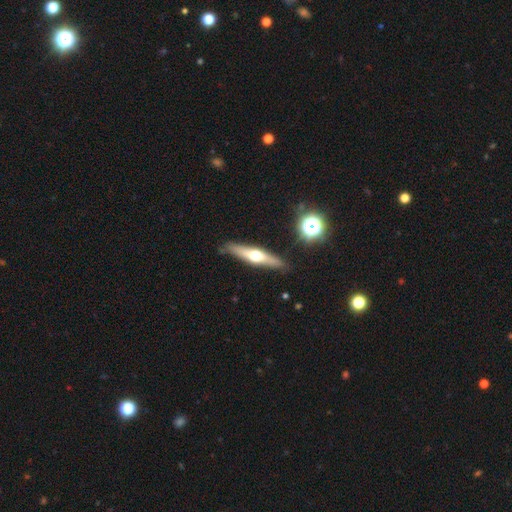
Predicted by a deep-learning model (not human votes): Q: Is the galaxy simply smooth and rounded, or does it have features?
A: featured or disk — 59%.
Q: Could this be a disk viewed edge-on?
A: yes — 94%.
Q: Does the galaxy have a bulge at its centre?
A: rounded — 93%.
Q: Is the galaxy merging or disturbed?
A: none — 86%.